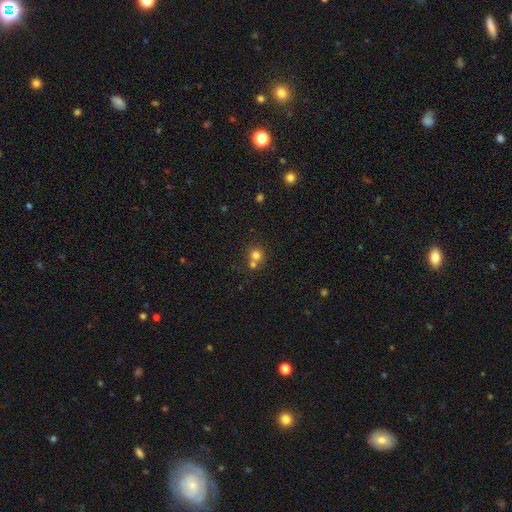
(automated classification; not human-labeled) The model was most divided on "merging": none: 47%, merger: 44%, minor disturbance: 6%, major disturbance: 3%. More confident: how rounded — round (88%); smooth or featured — smooth (75%).